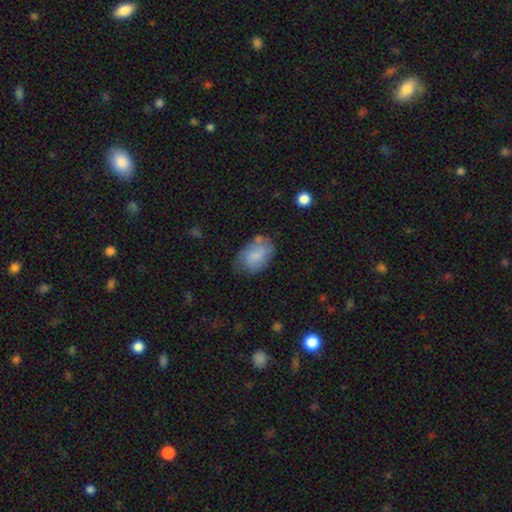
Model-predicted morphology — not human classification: A smooth galaxy with no disk features (76%) that is in between round and cigar-shaped (82%).

Vote fractions:
- Smooth or featured? smooth: 76% / featured or disk: 17% / star or artifact: 7%
- How rounded? in between: 82% / round: 17% / cigar-shaped: 1%
- Merging? none: 55% / minor disturbance: 29% / major disturbance: 9% / merger: 6%